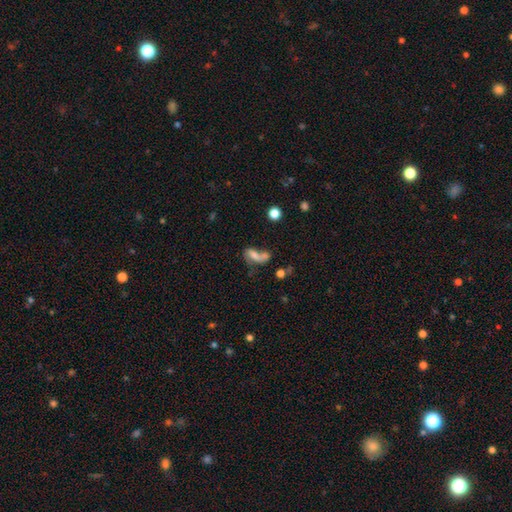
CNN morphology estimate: Smooth or featured?
  - smooth: 50% *
  - featured or disk: 36%
  - star or artifact: 14%
Merging?
  - merger: 47% *
  - none: 23%
  - major disturbance: 18%
  - minor disturbance: 12%